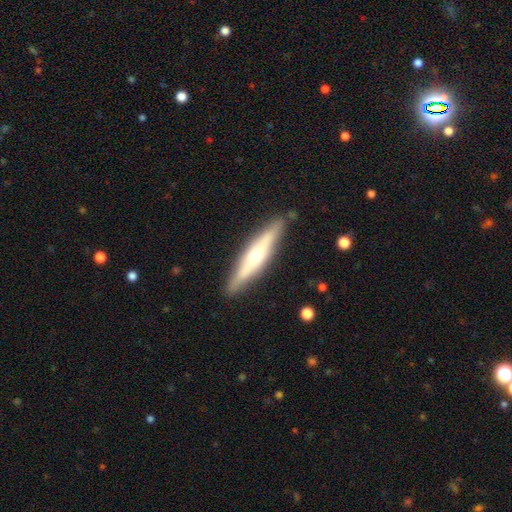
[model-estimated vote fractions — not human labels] Smooth or featured? featured or disk (58%)
Edge-on disk? yes (93%)
Edge-on bulge? rounded (81%)
Merging? none (87%)